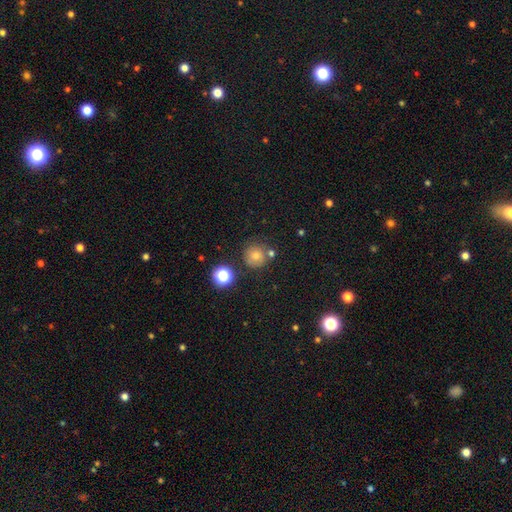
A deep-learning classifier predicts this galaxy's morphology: Smooth or featured: smooth — 67% (star or artifact — 20%)
How rounded: round — 91% (in between — 8%)
Merging: none — 73% (minor disturbance — 12%)